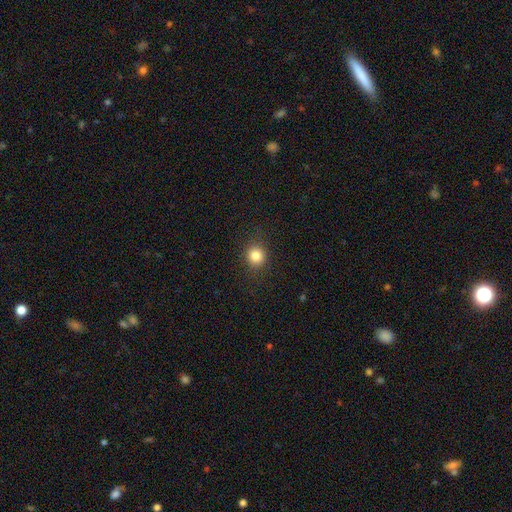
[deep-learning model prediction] smooth-or-featured: smooth: 83% | star or artifact: 12% | featured or disk: 6%
  how-rounded: round: 86% | in between: 13% | cigar-shaped: 1%
  merging: none: 87% | minor disturbance: 9% | major disturbance: 3% | merger: 1%